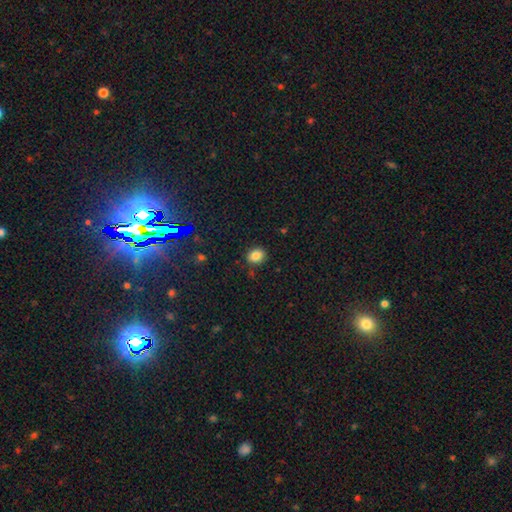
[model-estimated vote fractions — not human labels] Smooth or featured?
  - smooth: 83% *
  - star or artifact: 11%
  - featured or disk: 6%
How rounded?
  - in between: 51% *
  - round: 48%
  - cigar-shaped: 1%
Merging?
  - none: 86% *
  - minor disturbance: 10%
  - major disturbance: 2%
  - merger: 2%